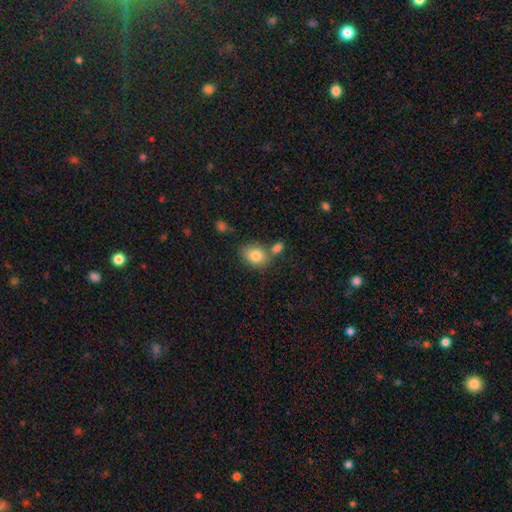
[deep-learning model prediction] A smooth galaxy with no disk features (81%) that is in between round and cigar-shaped (62%). Merging: none (62%).